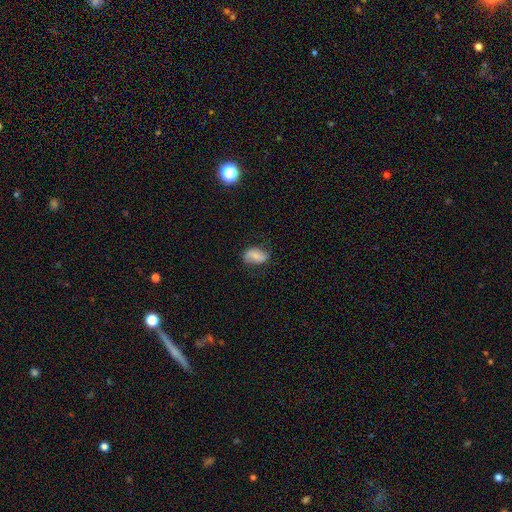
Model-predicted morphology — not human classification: This is possibly a smooth galaxy (60%). How rounded: clearly in between (88%). Merging: likely none (64%).